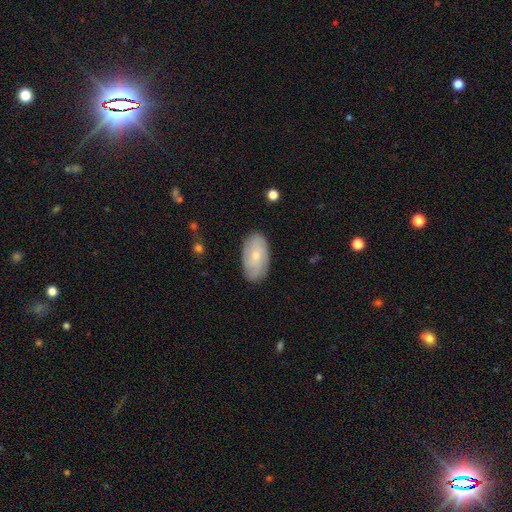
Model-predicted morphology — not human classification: type=smooth (54%); roundness=in between (93%); merging=none (82%).